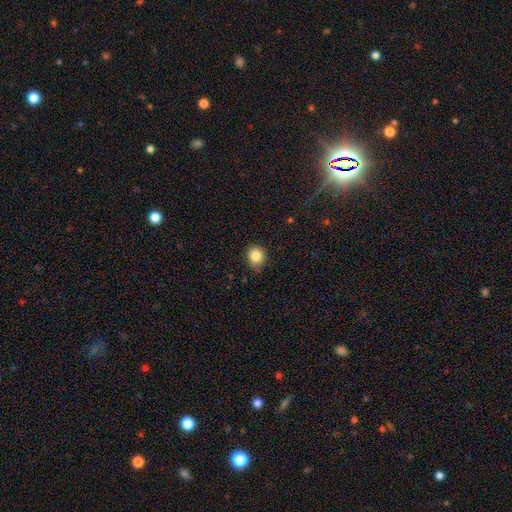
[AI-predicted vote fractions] Smooth or featured?
  - smooth: 84% *
  - star or artifact: 10%
  - featured or disk: 6%
How rounded?
  - round: 77% *
  - in between: 22%
  - cigar-shaped: 1%
Merging?
  - none: 70% *
  - minor disturbance: 25%
  - major disturbance: 4%
  - merger: 1%